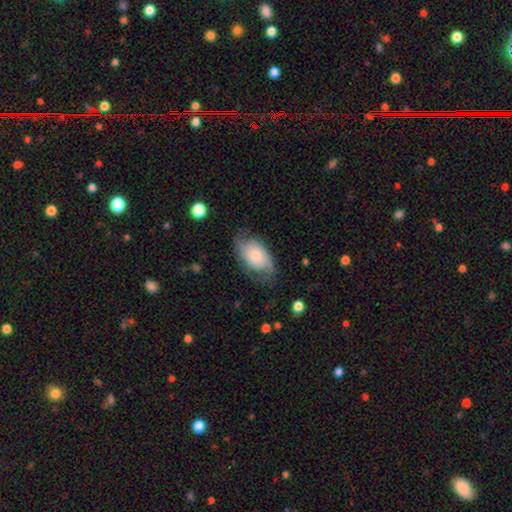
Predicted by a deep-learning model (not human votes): This appears to be a featured or disk galaxy (53%) with no bar (78%), spiral arms (86%) and a small central bulge (43%). Merging: none (62%).